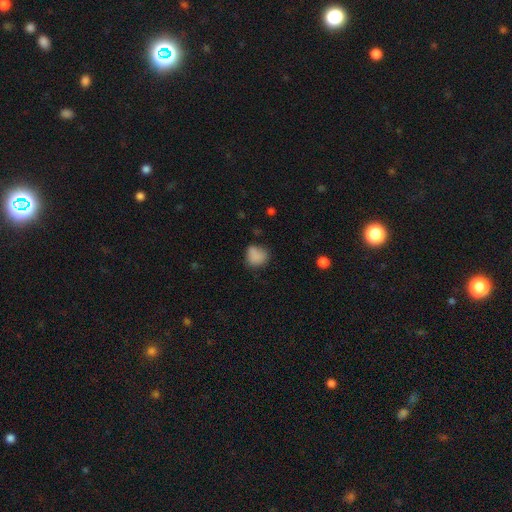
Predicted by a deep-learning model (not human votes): smooth 82%, star or artifact 11%, featured or disk 7%. Down the decision tree: how rounded — round (65%); merging — none (59%).